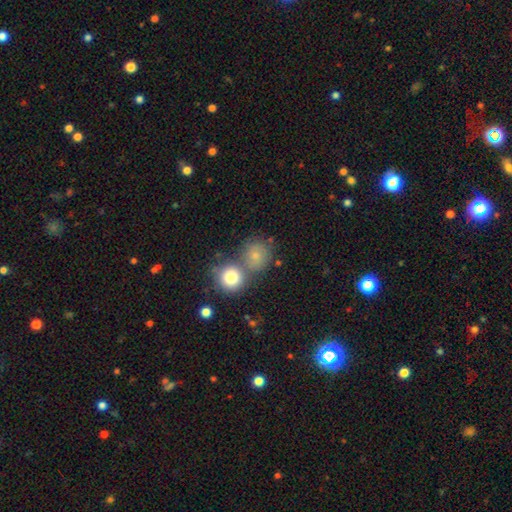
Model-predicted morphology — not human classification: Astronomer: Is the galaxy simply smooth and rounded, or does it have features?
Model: smooth — 76%.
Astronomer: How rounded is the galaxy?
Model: round — 82%.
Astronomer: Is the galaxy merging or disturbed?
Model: none — 48% (runner-up: merger, 36%).